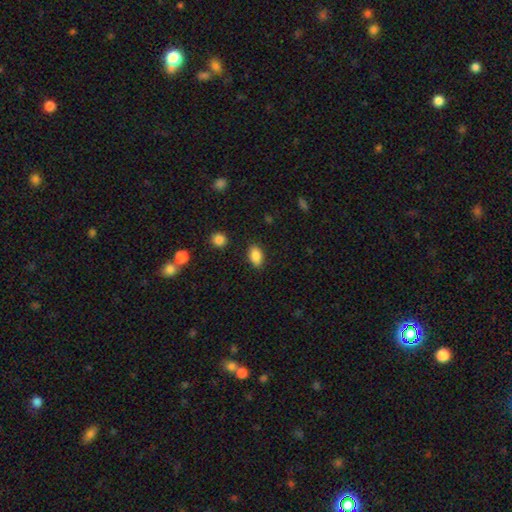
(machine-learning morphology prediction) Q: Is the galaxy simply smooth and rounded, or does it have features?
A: smooth — 87%.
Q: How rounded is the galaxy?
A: in between — 88%.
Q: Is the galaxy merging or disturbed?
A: none — 86%.